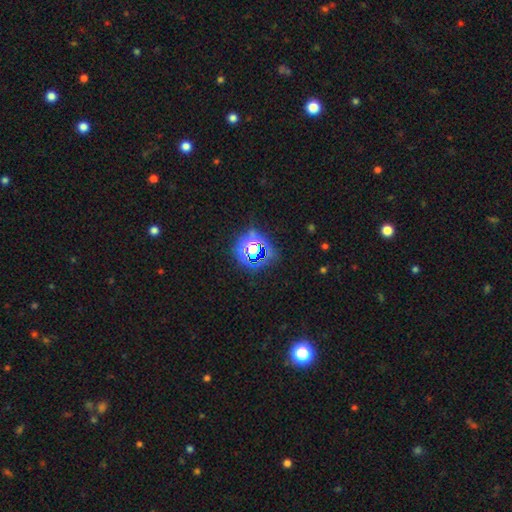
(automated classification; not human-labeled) This is likely a star or artifact rather than a galaxy (64%).